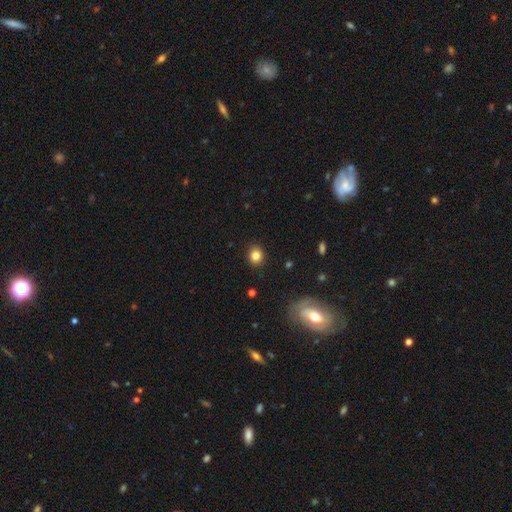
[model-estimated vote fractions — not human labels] Smooth or featured: smooth — 82% (star or artifact — 11%)
How rounded: round — 80% (in between — 19%)
Merging: none — 90% (minor disturbance — 7%)